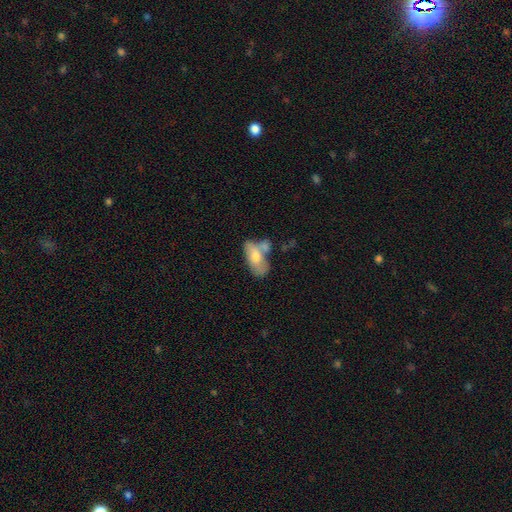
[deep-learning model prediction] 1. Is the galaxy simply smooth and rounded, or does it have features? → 62% smooth, 32% featured or disk, 7% star or artifact.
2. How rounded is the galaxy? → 90% in between, 5% cigar-shaped, 5% round.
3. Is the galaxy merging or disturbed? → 41% merger, 31% none, 19% minor disturbance, 10% major disturbance.